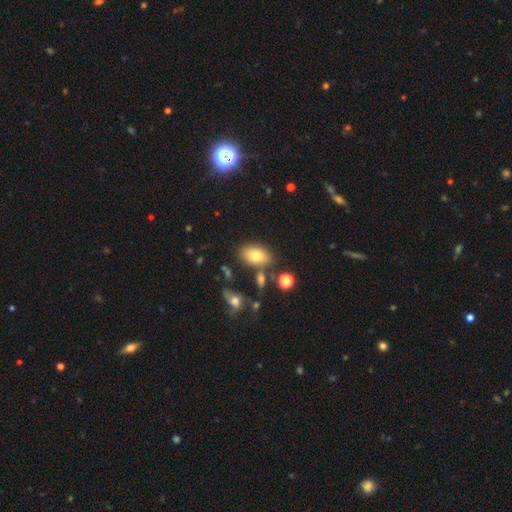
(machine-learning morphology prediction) type=smooth (76%); roundness=in between (89%); merging=none (75%).